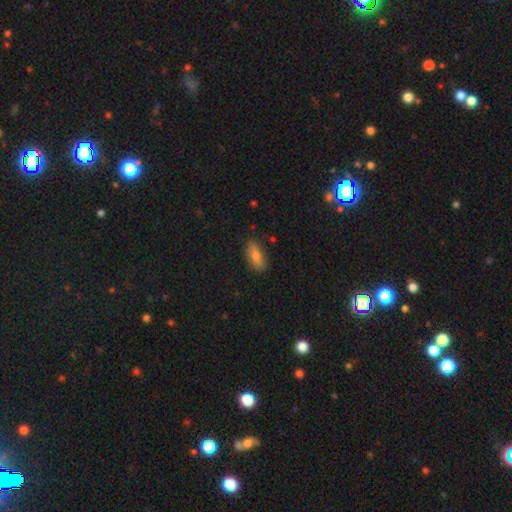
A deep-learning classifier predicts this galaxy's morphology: smooth-or-featured: smooth: 75% | featured or disk: 17% | star or artifact: 8%
  how-rounded: in between: 79% | cigar-shaped: 17% | round: 3%
  merging: none: 84% | minor disturbance: 13% | major disturbance: 2% | merger: 1%